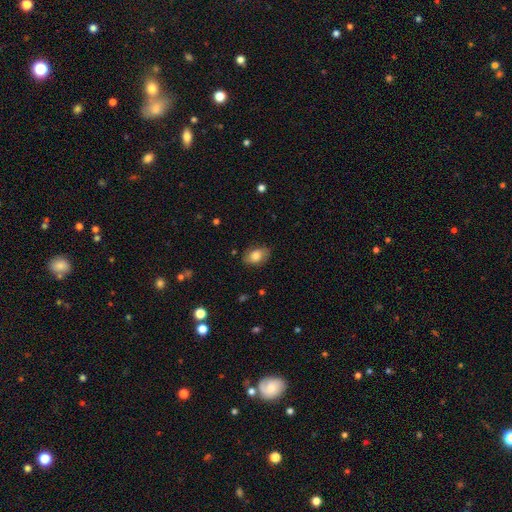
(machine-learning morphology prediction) This is likely a smooth galaxy (79%). How rounded: clearly in between (86%). Merging: clearly none (81%).